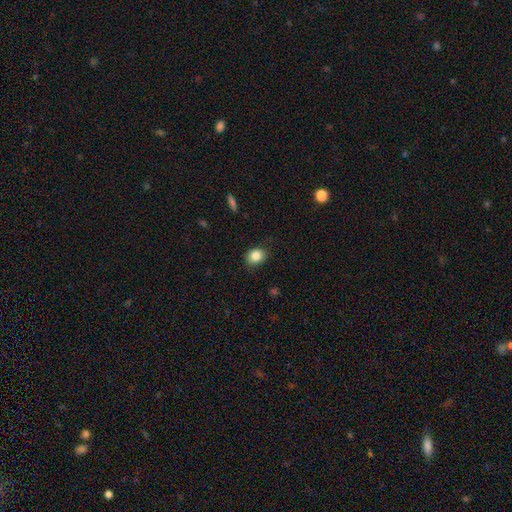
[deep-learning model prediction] Smooth or featured: smooth — 84% (star or artifact — 10%)
How rounded: round — 50% (in between — 49%)
Merging: none — 81% (minor disturbance — 15%)